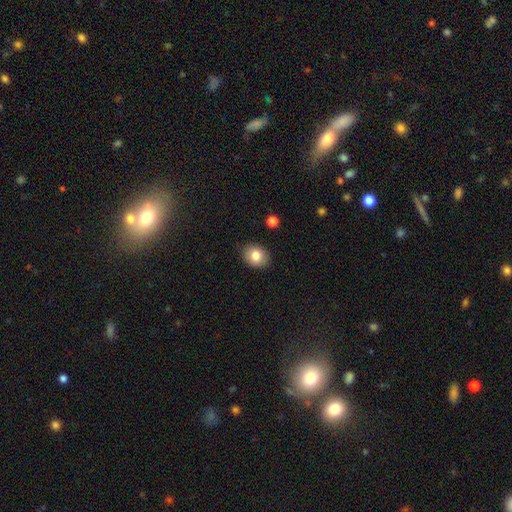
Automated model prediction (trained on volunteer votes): A smooth galaxy with no disk features (82%) that is in between round and cigar-shaped (55%). Merging: none (88%).